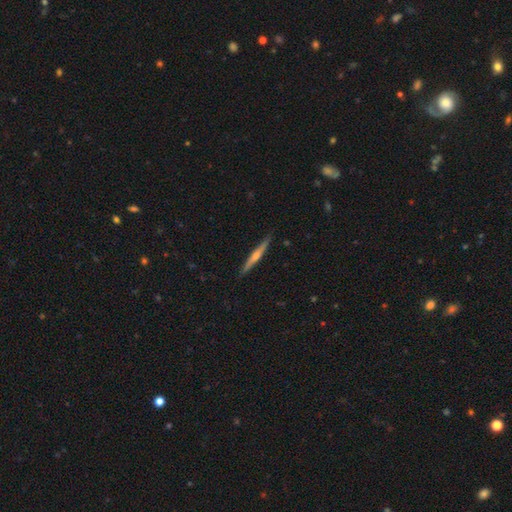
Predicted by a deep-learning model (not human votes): Smooth or featured? featured or disk (68%)
Edge-on disk? yes (98%)
Edge-on bulge? rounded (77%)
Merging? none (90%)